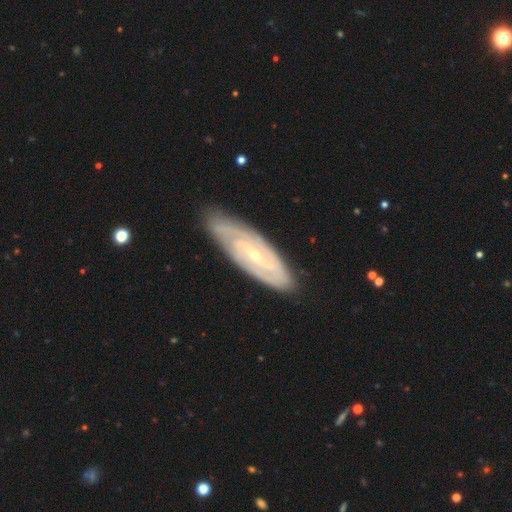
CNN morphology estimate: featured or disk 86%, smooth 9%, star or artifact 5%. Down the decision tree: edge-on disk — no (89%); bar — weak (43%); spiral arms — yes (96%); spiral arm count — 2 (43%); spiral winding — tight (67%); bulge size — small (78%); merging — none (81%).